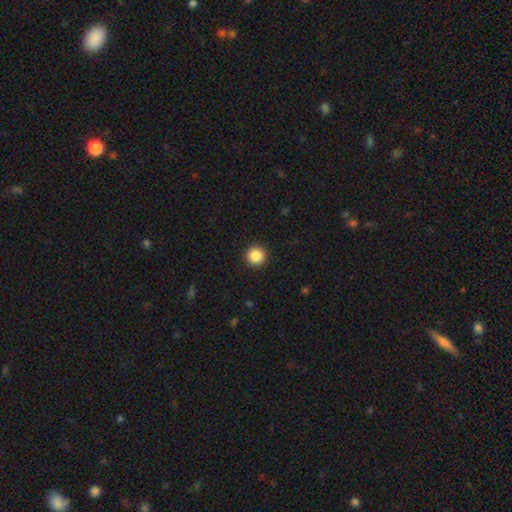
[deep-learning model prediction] smooth 87%, star or artifact 9%, featured or disk 3%. Down the decision tree: how rounded — round (96%); merging — none (93%).